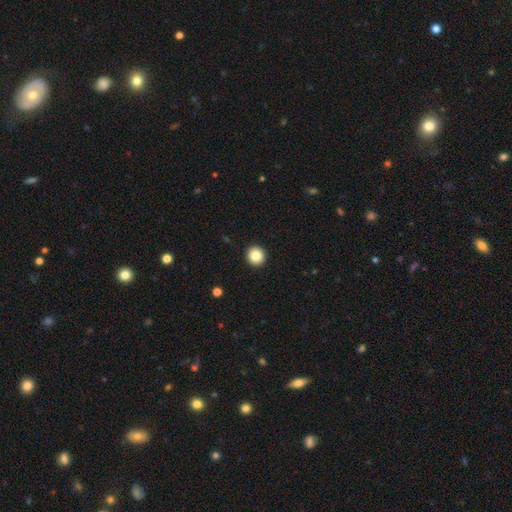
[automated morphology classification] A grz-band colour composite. It shows a smooth galaxy with no disk features (85%) that is round (94%). Merging: none (94%).